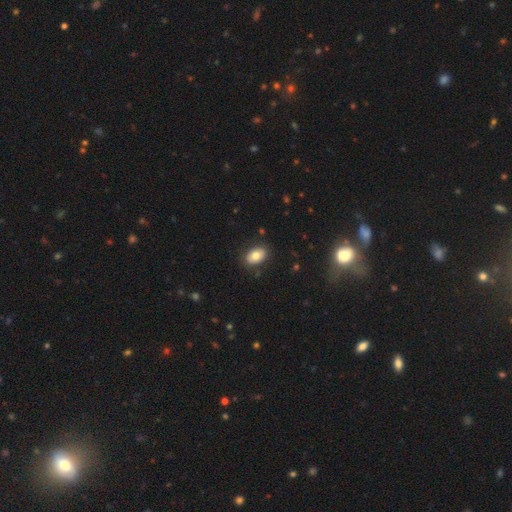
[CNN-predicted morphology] type=smooth (79%); roundness=in between (87%); merging=none (86%).